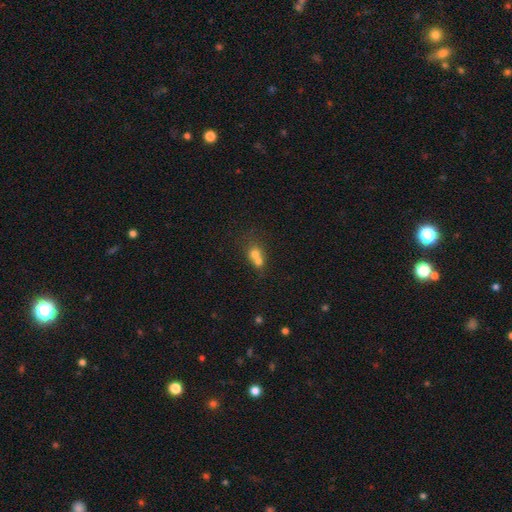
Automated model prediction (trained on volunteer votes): Smooth or featured? smooth (68%)
How rounded? round (69%)
Merging? merger (69%)